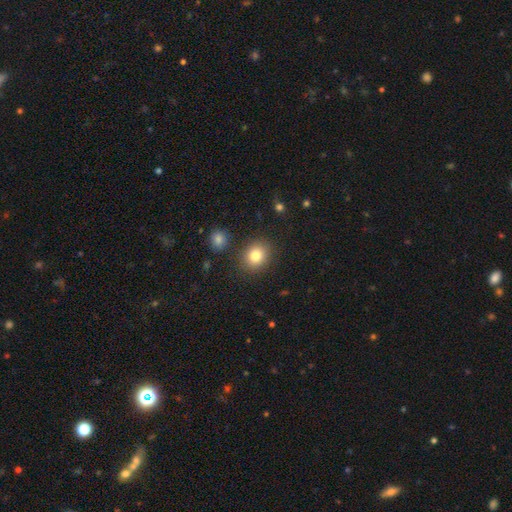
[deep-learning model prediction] Q: Smooth or featured?
A: smooth (82%); runner-up: star or artifact (10%)
Q: How rounded?
A: round (63%); runner-up: in between (36%)
Q: Merging?
A: none (85%); runner-up: minor disturbance (9%)